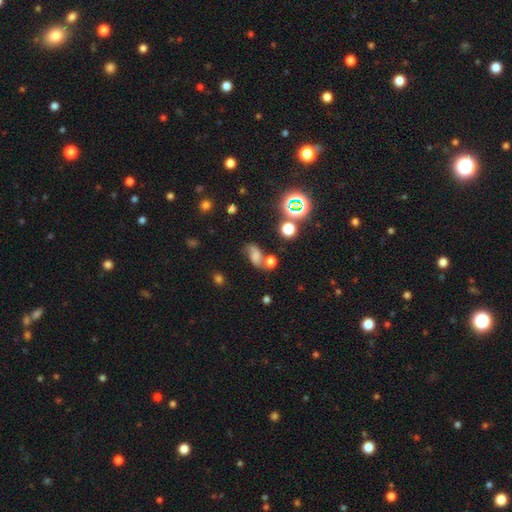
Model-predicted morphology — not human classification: smooth_or_featured: smooth (p=0.44) [alt: featured or disk p=0.34]
merging: none (p=0.44) [alt: merger p=0.22]